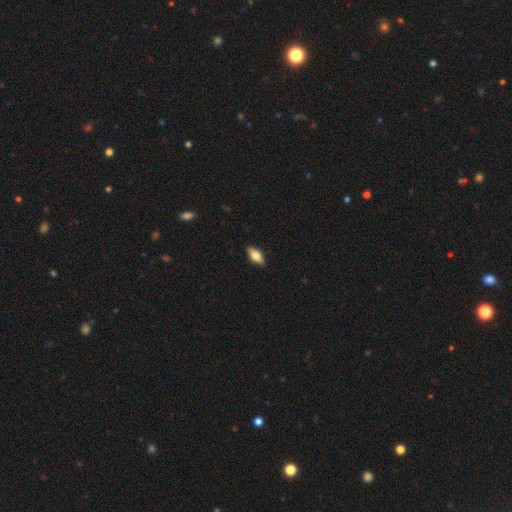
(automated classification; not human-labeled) A smooth galaxy with no disk features (70%) that is in between round and cigar-shaped (83%). Merging: none (88%).